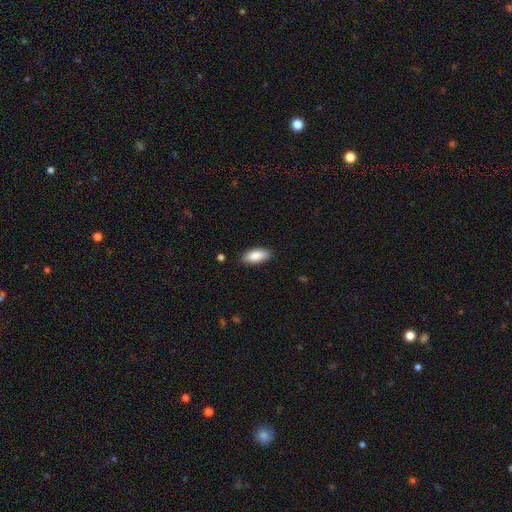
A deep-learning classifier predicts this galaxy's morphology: Smooth or featured: smooth — 88% (star or artifact — 6%)
How rounded: in between — 87% (cigar-shaped — 11%)
Merging: none — 87% (minor disturbance — 10%)